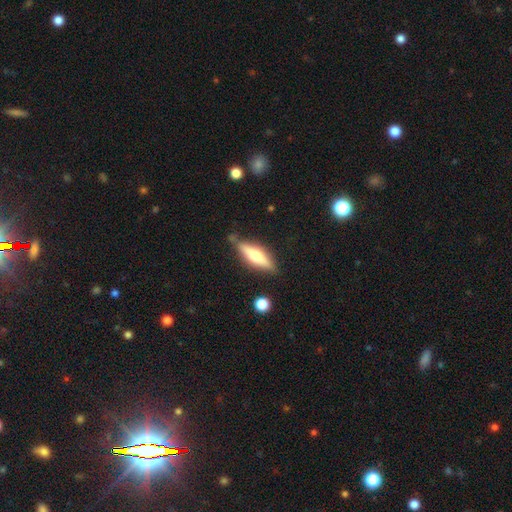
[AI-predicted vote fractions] This appears to be a featured or disk galaxy (51%) viewed edge-on (91%). Merging: none (77%).